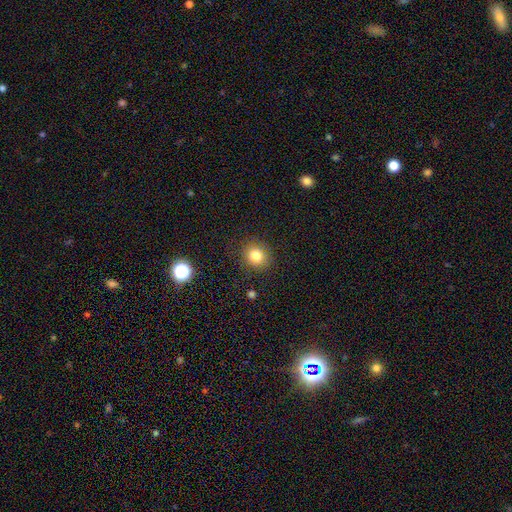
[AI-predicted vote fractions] This is clearly a smooth galaxy (81%). How rounded: likely round (80%). Merging: clearly none (88%).